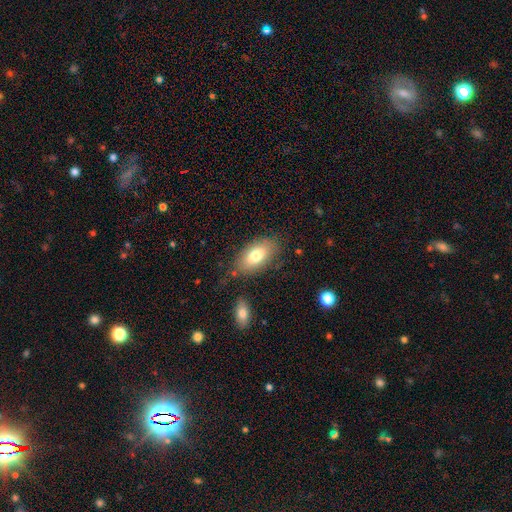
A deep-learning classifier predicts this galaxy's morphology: smooth 75%, featured or disk 17%, star or artifact 7%. Down the decision tree: how rounded — in between (91%); merging — none (76%).